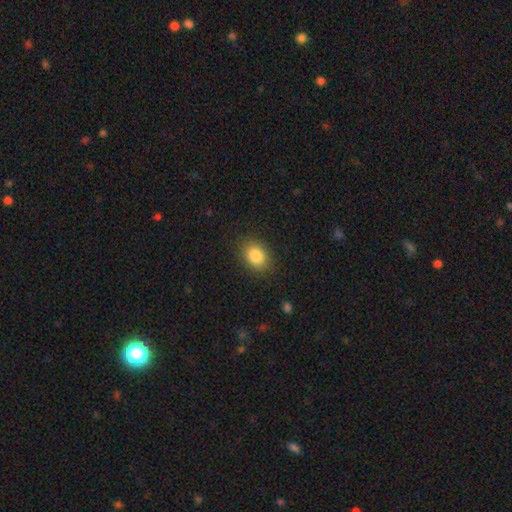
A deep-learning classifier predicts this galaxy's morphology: A smooth galaxy with no disk features (85%) that is in between round and cigar-shaped (64%). Merging: none (86%).